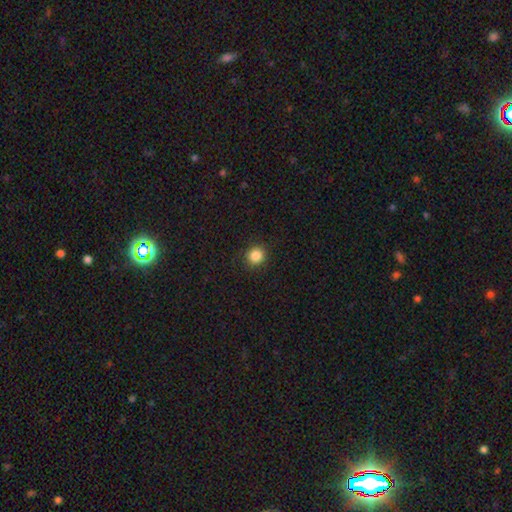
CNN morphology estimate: Smooth or featured?
  - smooth: 86% *
  - star or artifact: 11%
  - featured or disk: 3%
How rounded?
  - round: 91% *
  - in between: 8%
  - cigar-shaped: 1%
Merging?
  - none: 90% *
  - minor disturbance: 7%
  - major disturbance: 2%
  - merger: 1%